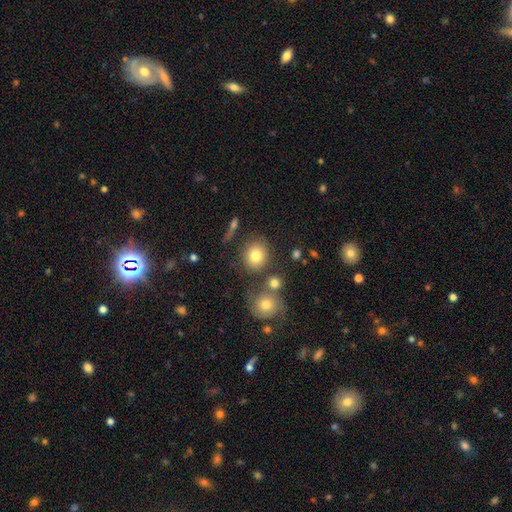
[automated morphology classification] Overall: smooth (79%). How rounded: round (82%). Merging: none (74%).